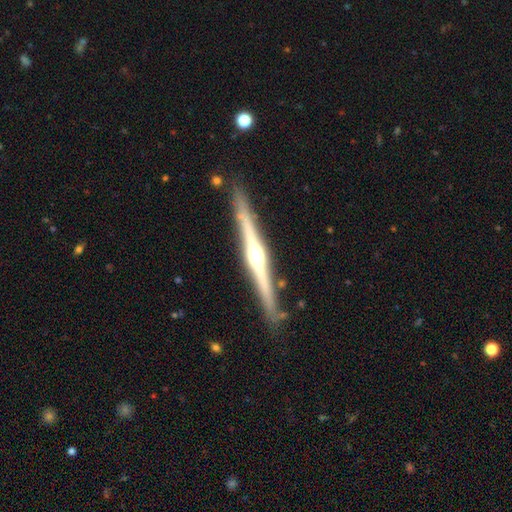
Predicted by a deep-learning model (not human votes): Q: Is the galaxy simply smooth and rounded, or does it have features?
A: featured or disk — 77%.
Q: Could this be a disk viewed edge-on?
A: yes — 98%.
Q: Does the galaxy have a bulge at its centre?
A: rounded — 88%.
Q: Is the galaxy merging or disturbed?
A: none — 84%.